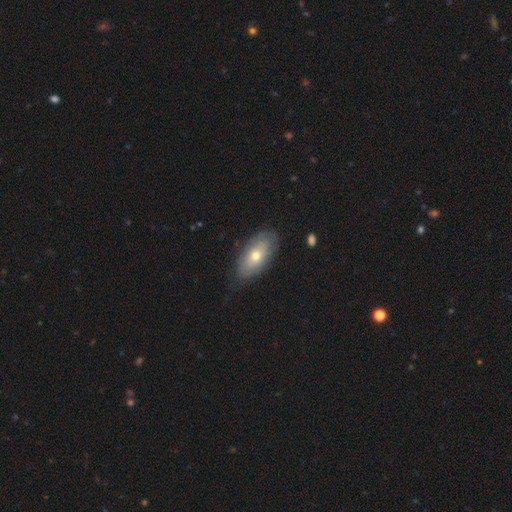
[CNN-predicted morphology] type=smooth (61%); roundness=in between (90%); merging=none (78%).